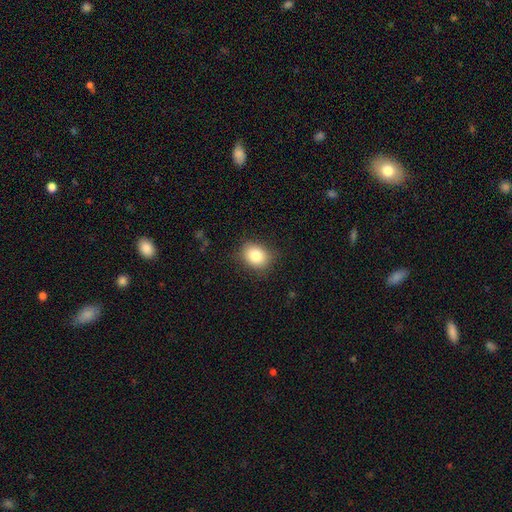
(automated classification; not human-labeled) Overall: smooth (82%). How rounded: in between (50%; round 49%). Merging: none (82%).